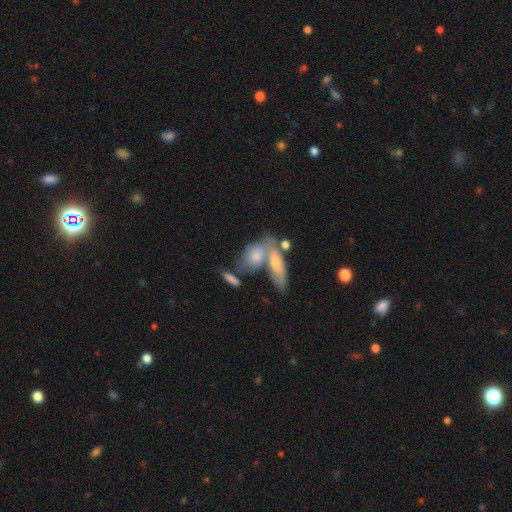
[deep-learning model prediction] Smooth or featured? smooth (63%)
How rounded? in between (75%)
Merging? merger (49%)